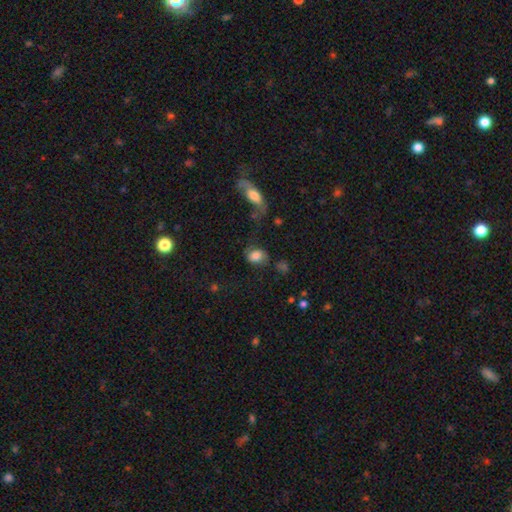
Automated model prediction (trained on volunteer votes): Smooth or featured? smooth (76%)
How rounded? in between (64%)
Merging? none (49%)